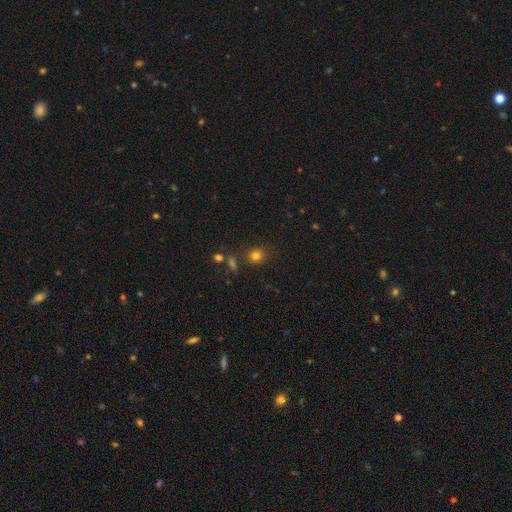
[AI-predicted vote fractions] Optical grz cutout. It shows a smooth galaxy with no disk features (78%) that is round (81%). Merging: none (79%).